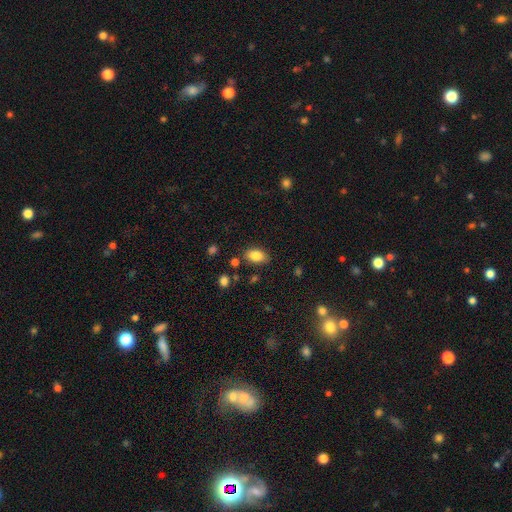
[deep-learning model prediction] Smooth or featured? Predicted: smooth (p=0.85). How rounded? Predicted: in between (p=0.90). Merging? Predicted: none (p=0.81).